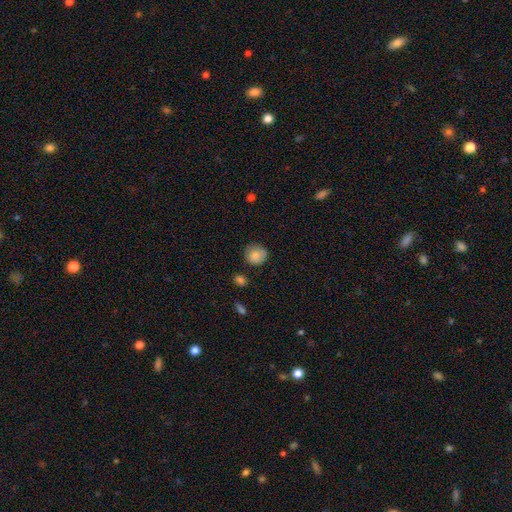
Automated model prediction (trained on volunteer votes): Smooth or featured? Predicted: smooth (p=0.84). How rounded? Predicted: round (p=0.85). Merging? Predicted: none (p=0.75).